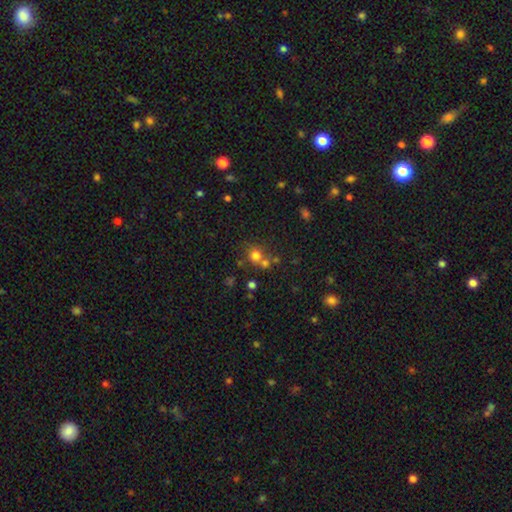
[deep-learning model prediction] Morphology: type=smooth (71%); roundness=round (85%); merging=none (56%).